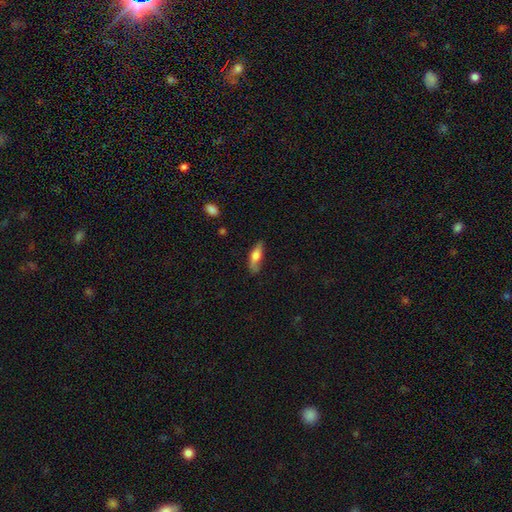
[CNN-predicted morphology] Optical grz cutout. It shows a smooth galaxy with no disk features (63%) that is cigar-shaped (49%). Merging: none (65%).